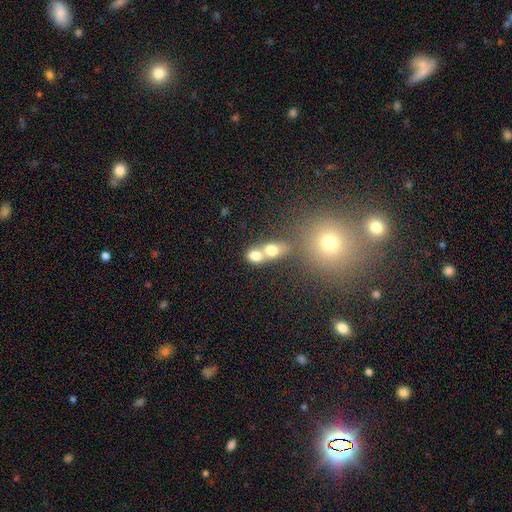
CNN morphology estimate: smooth_or_featured: smooth (p=0.72) [alt: featured or disk p=0.16]
how_rounded: round (p=0.50) [alt: in between p=0.47]
merging: merger (p=0.67) [alt: none p=0.22]